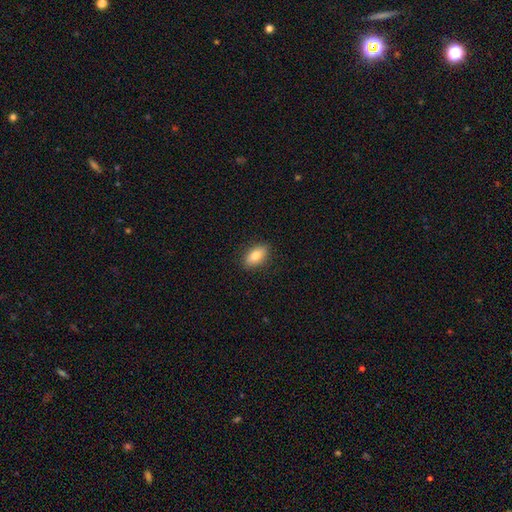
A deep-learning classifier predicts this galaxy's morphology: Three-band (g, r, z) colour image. It shows a smooth galaxy with no disk features (79%) that is in between round and cigar-shaped (87%). Merging: none (87%).